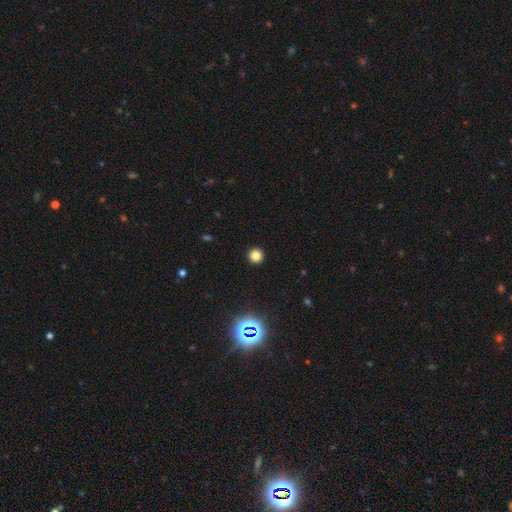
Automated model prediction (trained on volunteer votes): This appears to be a smooth galaxy with no disk features (80%) that is round (95%). Merging: none (93%).